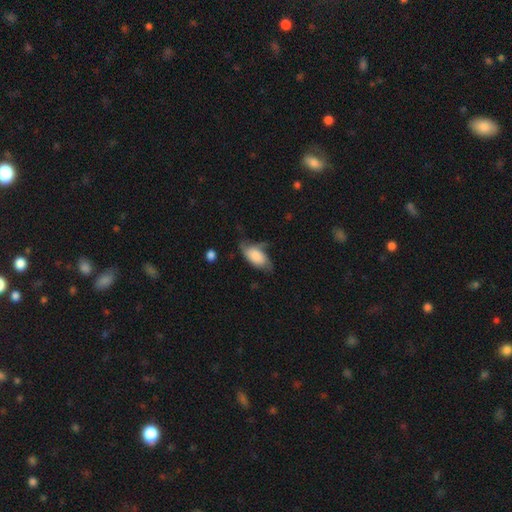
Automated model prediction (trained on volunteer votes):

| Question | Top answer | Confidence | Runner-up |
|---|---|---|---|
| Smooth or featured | smooth | 67% | featured or disk (26%) |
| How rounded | in between | 91% | cigar-shaped (5%) |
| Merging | none | 41% | minor disturbance (36%) |